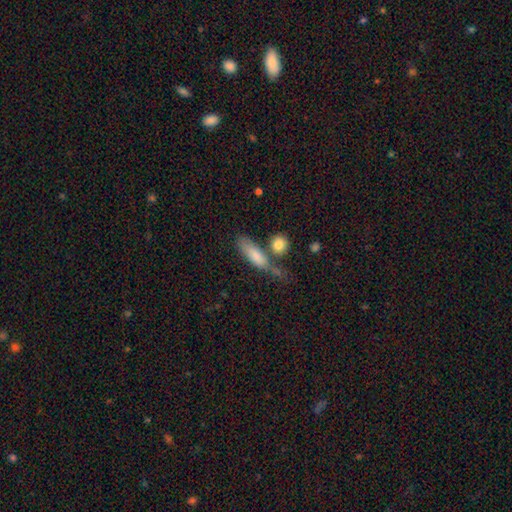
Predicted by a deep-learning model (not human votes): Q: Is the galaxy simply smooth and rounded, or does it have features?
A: smooth — 80%.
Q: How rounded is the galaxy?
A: in between — 53%.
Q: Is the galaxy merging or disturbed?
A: none — 46%.